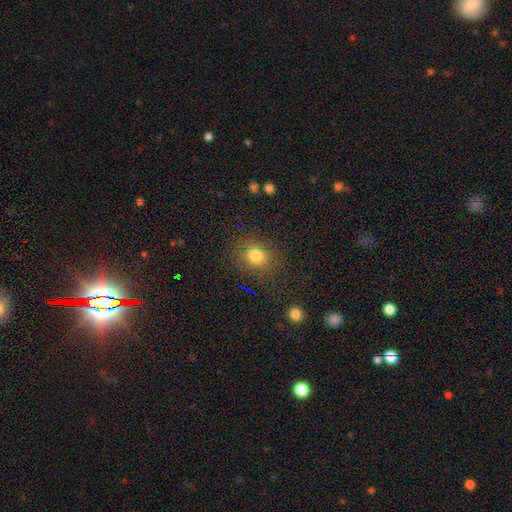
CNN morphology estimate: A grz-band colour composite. It shows a smooth galaxy with no disk features (76%) that is round (70%). Merging: none (82%).